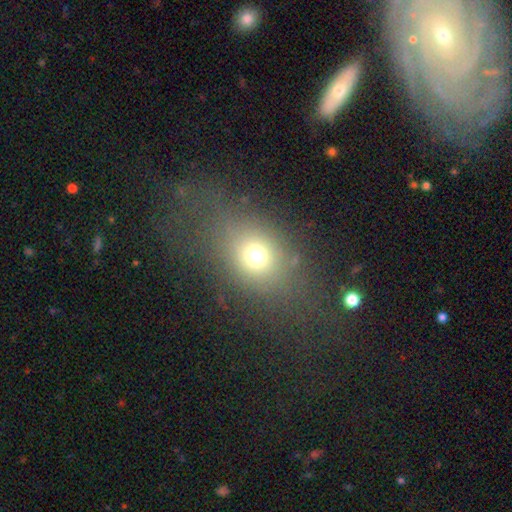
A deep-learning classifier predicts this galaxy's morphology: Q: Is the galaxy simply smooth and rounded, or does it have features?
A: smooth — 69%.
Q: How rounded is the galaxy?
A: round — 50%.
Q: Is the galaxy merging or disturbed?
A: none — 68%.